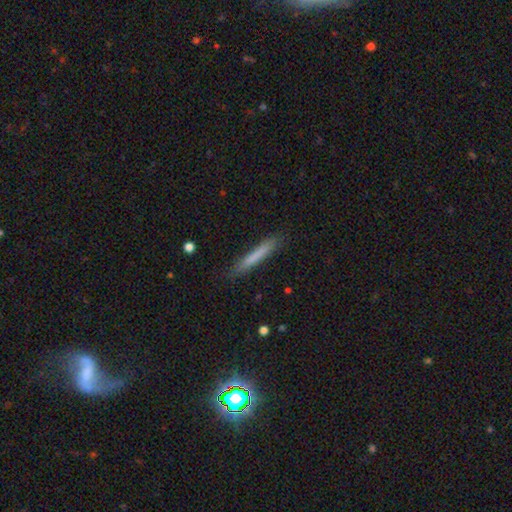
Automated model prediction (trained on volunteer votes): Overall: smooth (74%). How rounded: cigar-shaped (95%). Merging: none (85%).